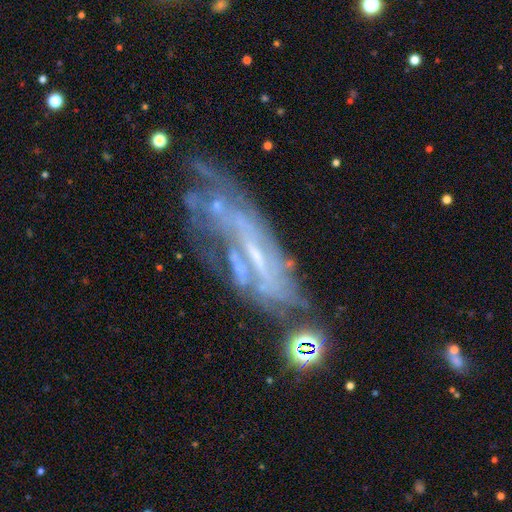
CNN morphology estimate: smooth_or_featured: featured or disk (p=0.71) [alt: smooth p=0.15]
disk_edge_on: no (p=0.77) [alt: yes p=0.23]
bar: no (p=0.35) [tied with: weak p=0.35]
has_spiral_arms: yes (p=0.57) [alt: no p=0.43]
bulge_size: small (p=0.45) [alt: none p=0.34]
merging: none (p=0.38) [alt: major disturbance p=0.27]